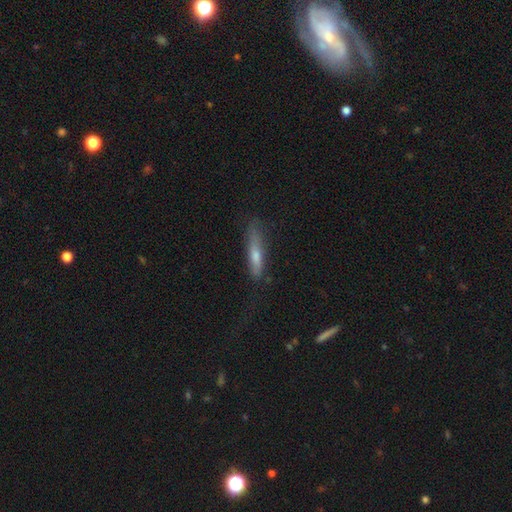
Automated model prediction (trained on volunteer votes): This appears to be a smooth galaxy with no disk features (57%) that is cigar-shaped (85%). Merging: none (68%).